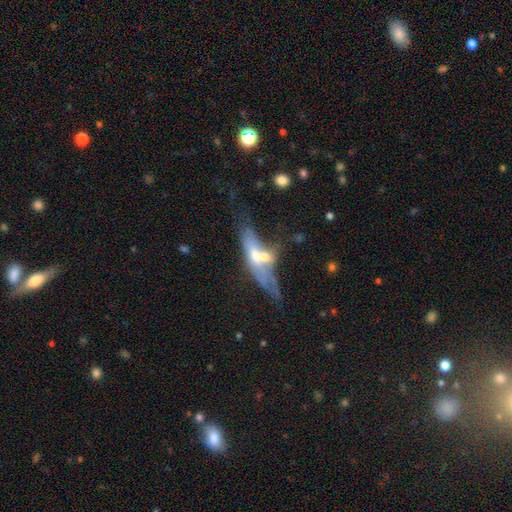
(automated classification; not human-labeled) Smooth or featured?
  - featured or disk: 53% *
  - smooth: 39%
  - star or artifact: 8%
Edge-on disk?
  - no: 51% *
  - yes: 49%
Merging?
  - merger: 50% *
  - none: 22%
  - major disturbance: 14%
  - minor disturbance: 13%